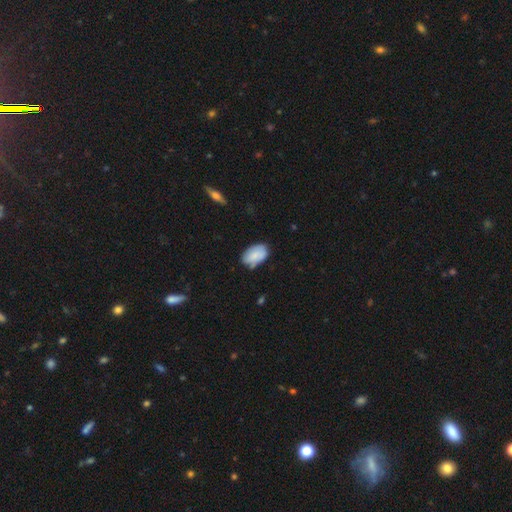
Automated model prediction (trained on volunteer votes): Smooth or featured? Predicted: smooth (p=0.78). How rounded? Predicted: in between (p=0.92). Merging? Predicted: none (p=0.67).